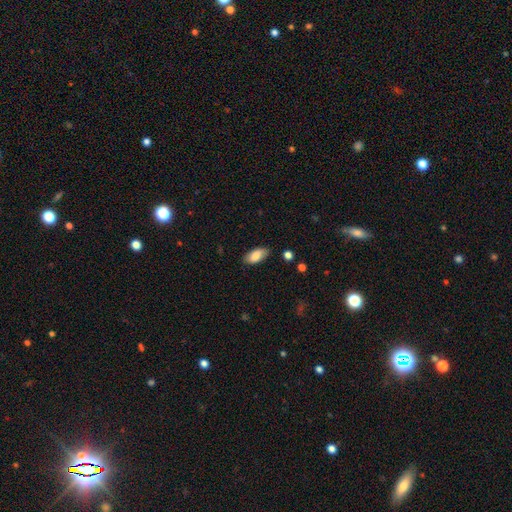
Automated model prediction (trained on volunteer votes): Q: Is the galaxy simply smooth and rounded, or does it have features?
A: smooth — 83%.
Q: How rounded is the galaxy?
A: in between — 92%.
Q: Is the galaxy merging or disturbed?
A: none — 83%.